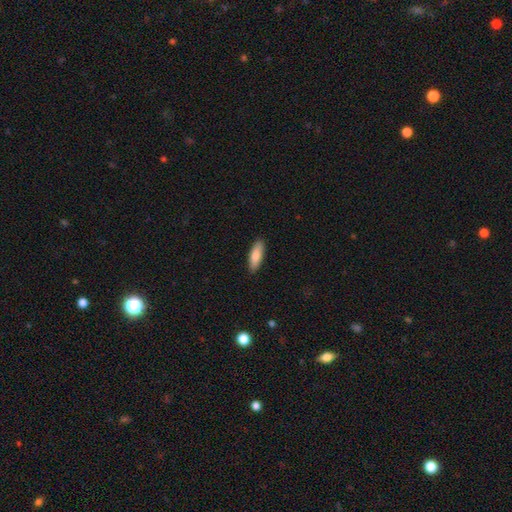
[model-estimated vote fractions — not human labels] Smooth or featured? Predicted: smooth (p=0.84). How rounded? Predicted: in between (p=0.54). Merging? Predicted: none (p=0.89).